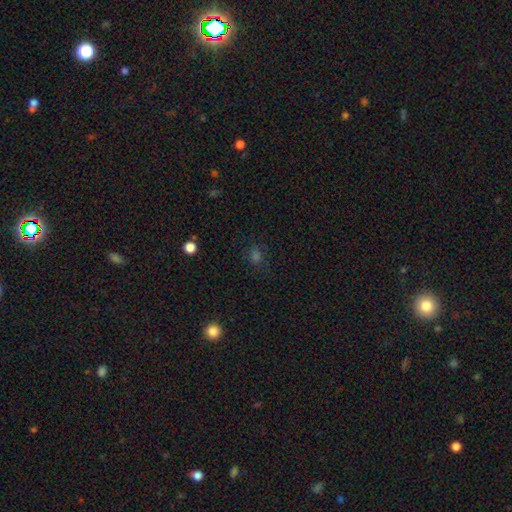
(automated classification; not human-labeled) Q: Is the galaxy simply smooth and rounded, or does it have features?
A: smooth — 57%.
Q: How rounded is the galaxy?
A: round — 70%.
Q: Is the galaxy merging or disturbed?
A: none — 80%.